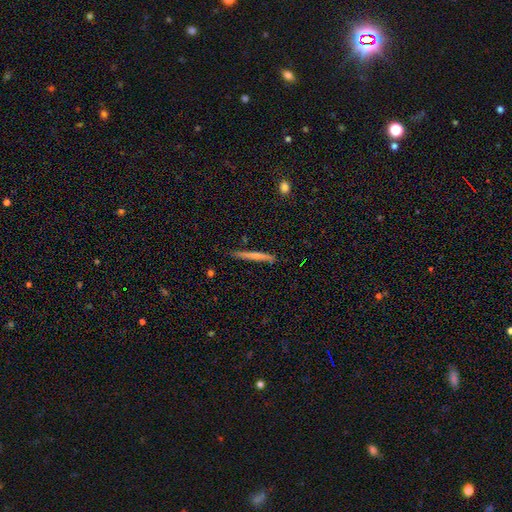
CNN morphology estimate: This is possibly a smooth galaxy (58%). How rounded: clearly cigar-shaped (96%). Merging: clearly none (83%).